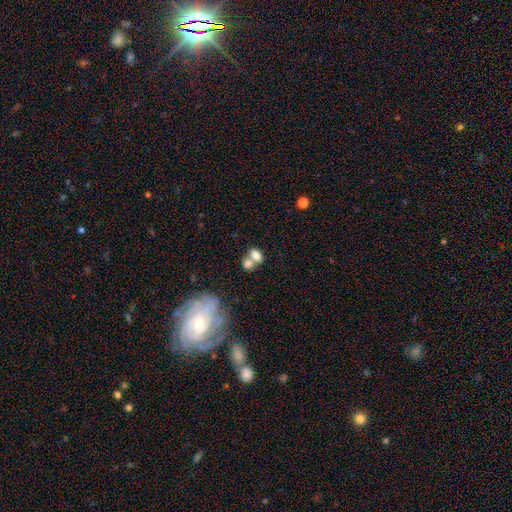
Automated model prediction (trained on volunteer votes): This is likely a smooth galaxy (75%). How rounded: likely in between (70%). Merging: possibly merger (56%).